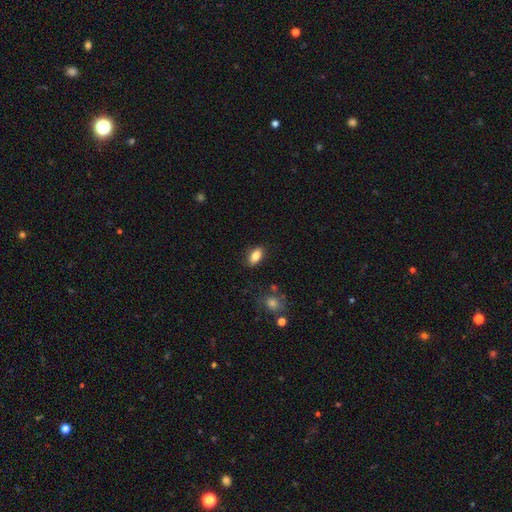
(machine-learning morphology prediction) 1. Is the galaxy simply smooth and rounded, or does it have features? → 84% smooth, 8% featured or disk, 8% star or artifact.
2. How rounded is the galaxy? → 88% in between, 7% cigar-shaped, 5% round.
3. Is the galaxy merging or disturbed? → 85% none, 11% minor disturbance, 3% major disturbance, 2% merger.